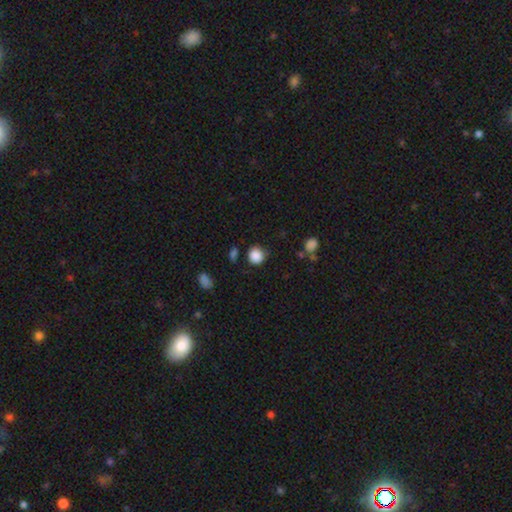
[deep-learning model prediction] Smooth or featured: smooth — 86% (star or artifact — 10%)
How rounded: round — 88% (in between — 11%)
Merging: none — 79% (minor disturbance — 14%)